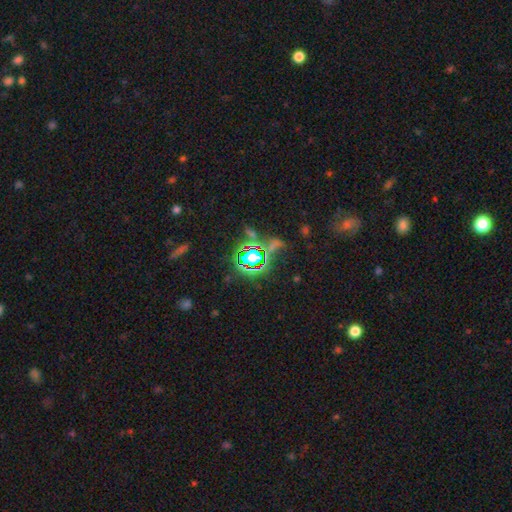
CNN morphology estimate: Q: Smooth or featured?
A: star or artifact (78%); runner-up: smooth (14%)